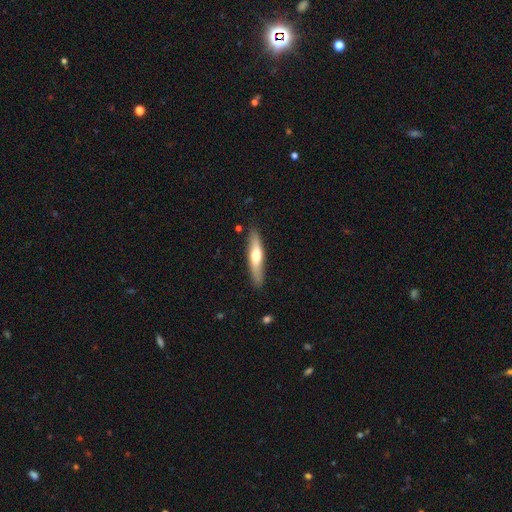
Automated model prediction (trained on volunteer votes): Smooth or featured: smooth — 54% (featured or disk — 41%)
How rounded: cigar-shaped — 82% (in between — 16%)
Merging: none — 85% (minor disturbance — 11%)